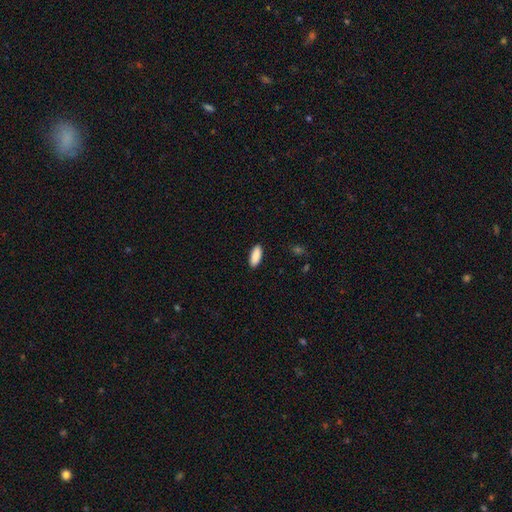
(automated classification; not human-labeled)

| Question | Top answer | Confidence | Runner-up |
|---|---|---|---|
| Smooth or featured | smooth | 90% | star or artifact (6%) |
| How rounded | in between | 79% | cigar-shaped (19%) |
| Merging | none | 90% | minor disturbance (7%) |